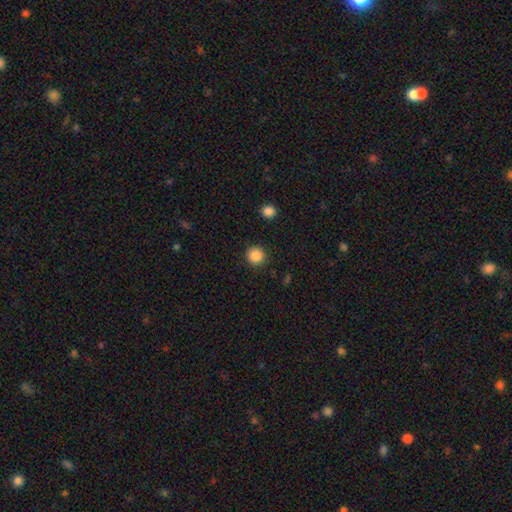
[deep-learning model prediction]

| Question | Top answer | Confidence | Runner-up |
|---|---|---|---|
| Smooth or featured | smooth | 88% | star or artifact (10%) |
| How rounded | round | 95% | in between (4%) |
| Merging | none | 92% | minor disturbance (5%) |